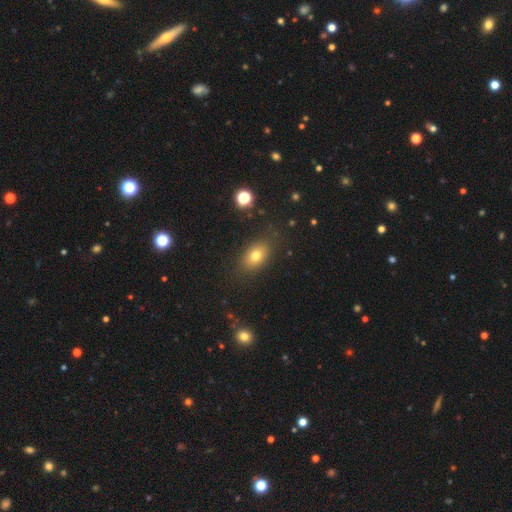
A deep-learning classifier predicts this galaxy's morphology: This is likely a smooth galaxy (77%). How rounded: clearly in between (81%). Merging: clearly none (83%).